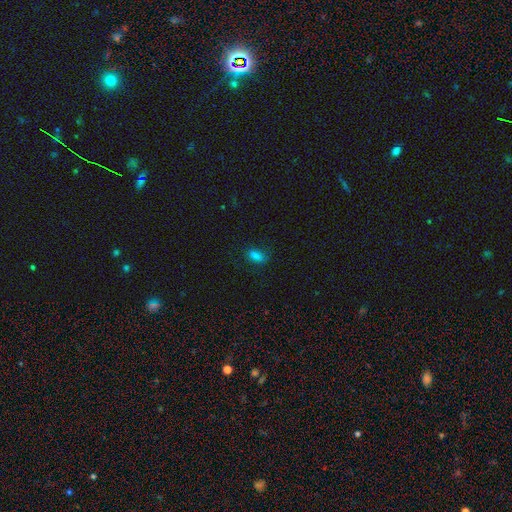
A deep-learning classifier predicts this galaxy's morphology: type=smooth (80%); roundness=in between (85%); merging=none (76%).